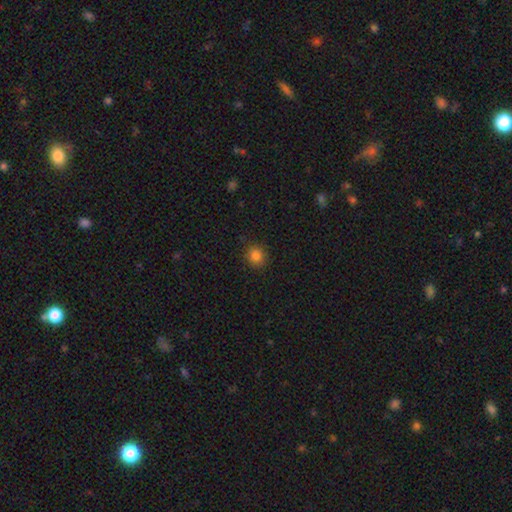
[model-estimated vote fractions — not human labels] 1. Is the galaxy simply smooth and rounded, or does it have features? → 83% smooth, 13% star or artifact, 4% featured or disk.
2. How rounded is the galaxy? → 82% round, 17% in between, 1% cigar-shaped.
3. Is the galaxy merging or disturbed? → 89% none, 7% minor disturbance, 2% major disturbance, 1% merger.